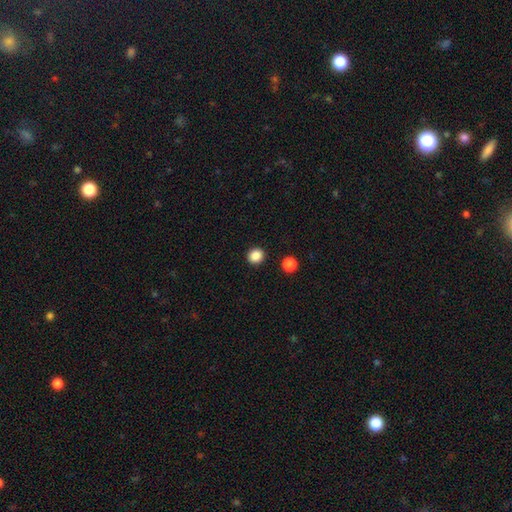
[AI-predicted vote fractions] Q: Smooth or featured?
A: smooth (87%); runner-up: star or artifact (10%)
Q: How rounded?
A: round (88%); runner-up: in between (11%)
Q: Merging?
A: none (92%); runner-up: minor disturbance (4%)